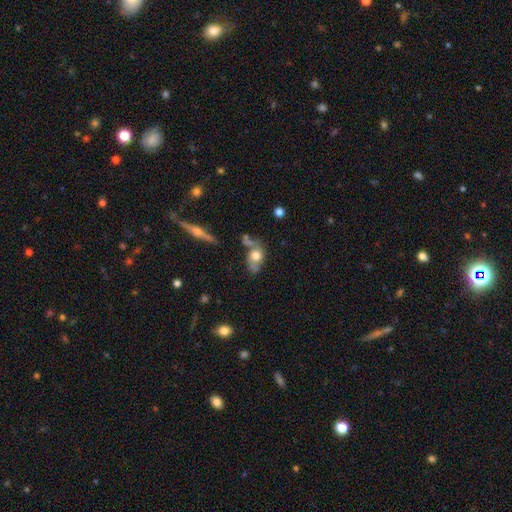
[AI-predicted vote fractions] The model was most divided on "merging": none: 38%, minor disturbance: 25%, merger: 22%, major disturbance: 15%. More confident: how rounded — in between (72%); smooth or featured — smooth (62%).